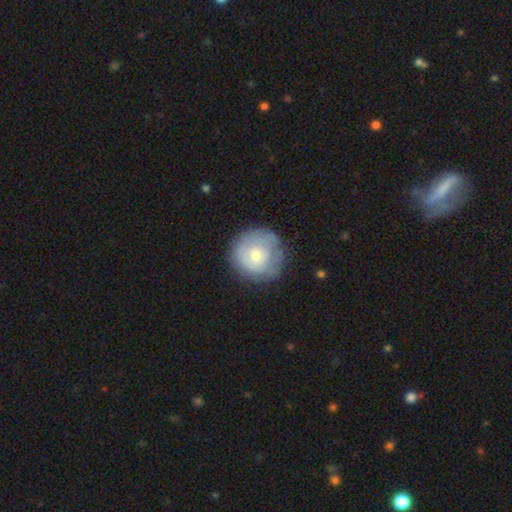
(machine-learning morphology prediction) Smooth or featured? smooth (55%)
How rounded? round (93%)
Merging? none (76%)